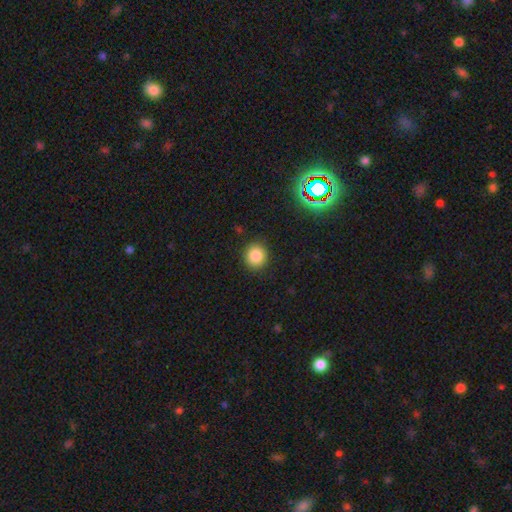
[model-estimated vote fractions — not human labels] Smooth or featured? smooth (85%)
How rounded? round (90%)
Merging? none (90%)